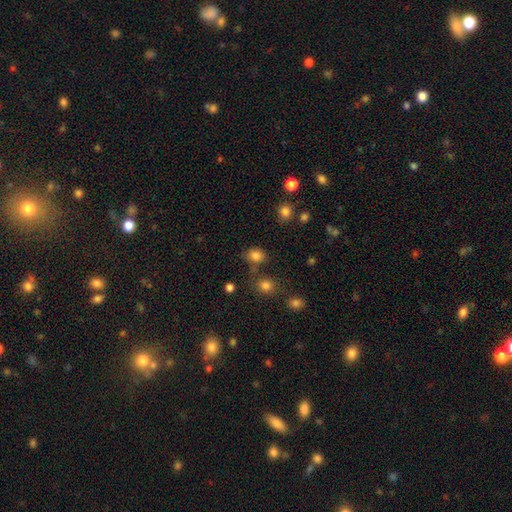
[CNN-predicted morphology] type=smooth (82%); roundness=in between (50%); merging=none (72%).